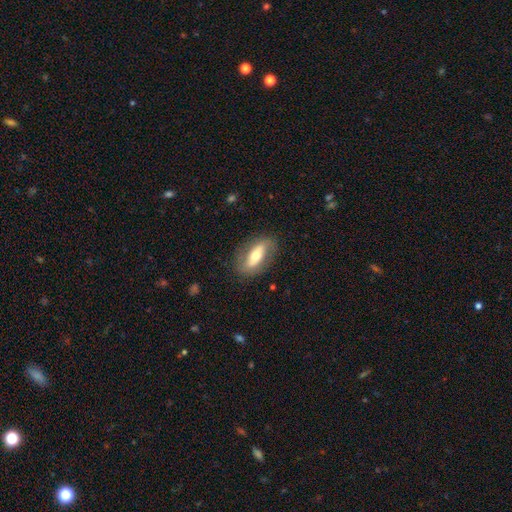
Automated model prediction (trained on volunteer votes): Smooth or featured?
  - smooth: 48% *
  - featured or disk: 45%
  - star or artifact: 6%
Merging?
  - none: 82% *
  - minor disturbance: 12%
  - major disturbance: 4%
  - merger: 1%